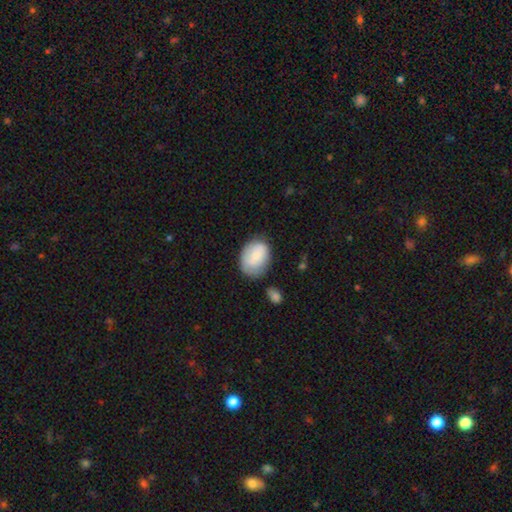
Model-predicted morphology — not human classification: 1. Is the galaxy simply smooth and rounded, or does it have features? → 78% smooth, 16% featured or disk, 6% star or artifact.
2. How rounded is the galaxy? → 71% in between, 28% round, 1% cigar-shaped.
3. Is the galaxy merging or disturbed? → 59% none, 27% minor disturbance, 8% major disturbance, 6% merger.